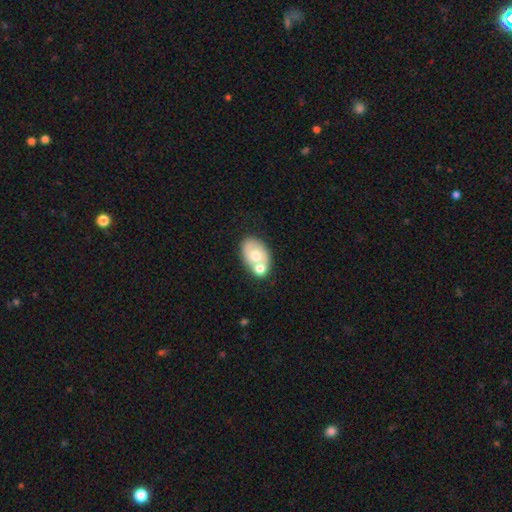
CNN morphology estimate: smooth-or-featured: smooth: 58% | featured or disk: 35% | star or artifact: 7%
  how-rounded: in between: 82% | round: 17% | cigar-shaped: 1%
  merging: merger: 47% | none: 37% | minor disturbance: 12% | major disturbance: 5%